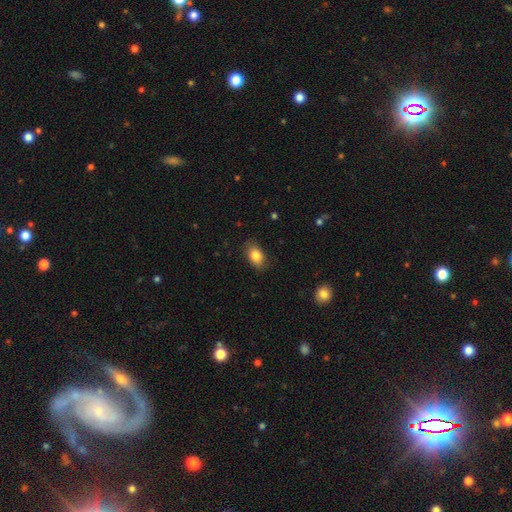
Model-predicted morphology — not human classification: Smooth or featured?
  - smooth: 83% *
  - featured or disk: 9%
  - star or artifact: 8%
How rounded?
  - in between: 87% *
  - round: 11%
  - cigar-shaped: 2%
Merging?
  - none: 85% *
  - minor disturbance: 12%
  - major disturbance: 3%
  - merger: 1%